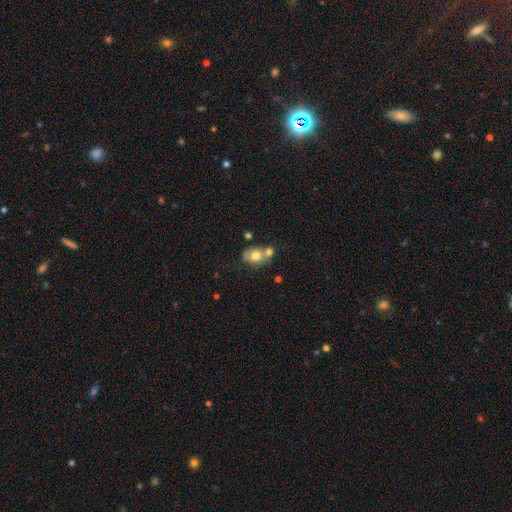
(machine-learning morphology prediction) Overall: smooth (67%). How rounded: in between (60%; round 39%). Merging: merger (41%; none 38%).